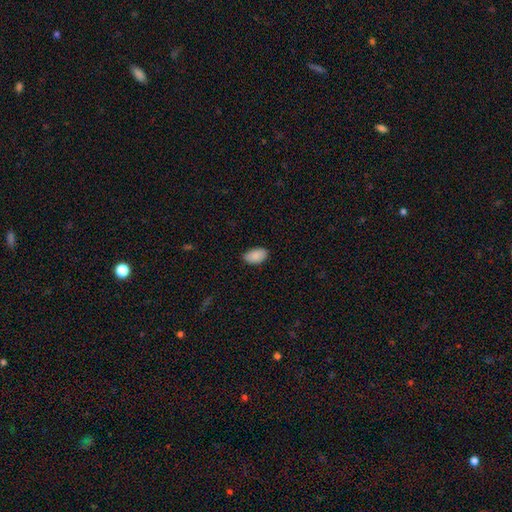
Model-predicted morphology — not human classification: This is clearly a smooth galaxy (89%). How rounded: clearly in between (94%). Merging: clearly none (85%).